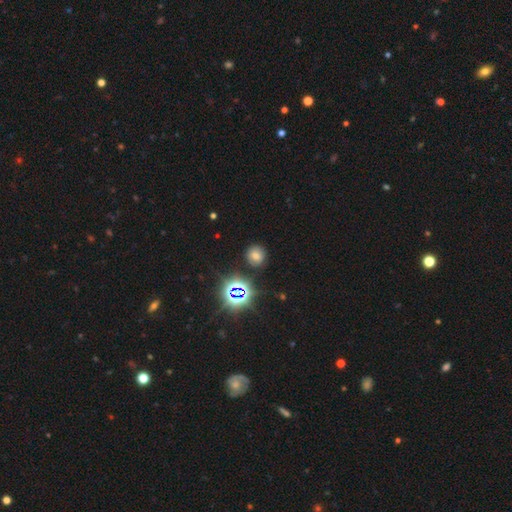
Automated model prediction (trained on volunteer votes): This appears to be a smooth galaxy with no disk features (63%) that is round (87%). Merging: none (85%).